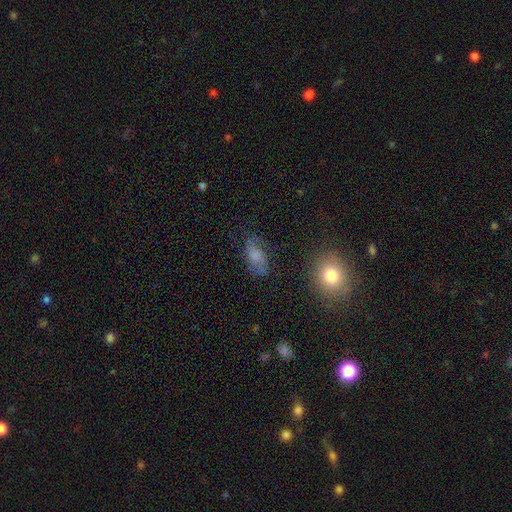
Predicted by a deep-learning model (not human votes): smooth-or-featured: smooth: 51% | featured or disk: 35% | star or artifact: 14%
  how-rounded: in between: 85% | round: 9% | cigar-shaped: 6%
  merging: none: 66% | minor disturbance: 22% | major disturbance: 10% | merger: 3%